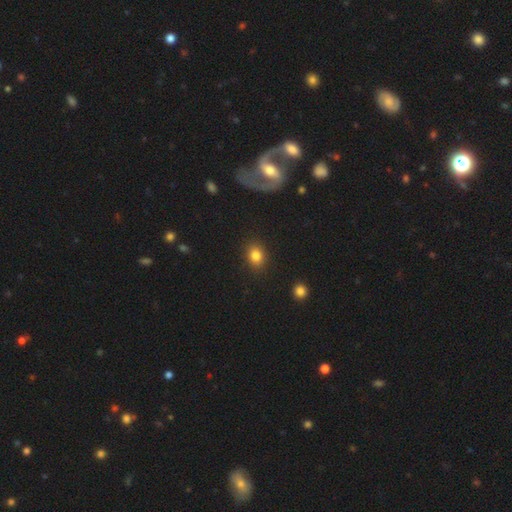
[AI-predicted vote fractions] The model was most divided on "how rounded": in between: 50%, round: 48%, cigar-shaped: 1%. More confident: merging — none (88%); smooth or featured — smooth (83%).